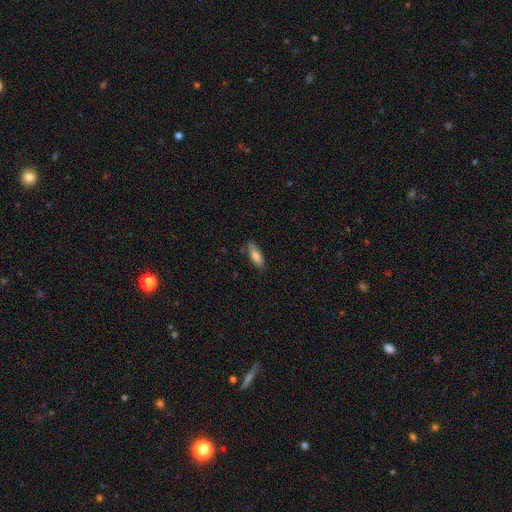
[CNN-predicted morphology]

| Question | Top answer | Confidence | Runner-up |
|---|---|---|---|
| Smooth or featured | smooth | 80% | featured or disk (13%) |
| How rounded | in between | 59% | cigar-shaped (40%) |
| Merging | none | 76% | minor disturbance (18%) |